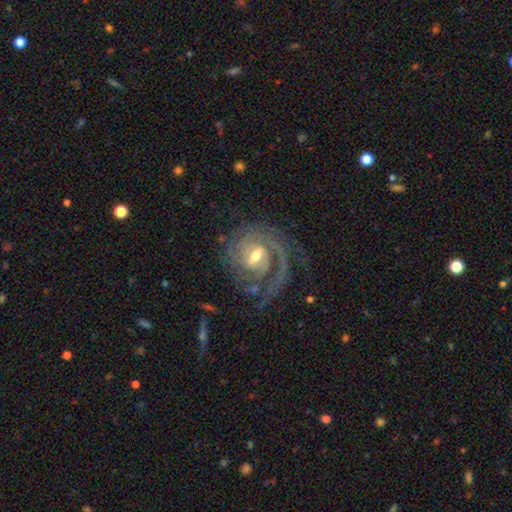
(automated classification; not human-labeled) Morphology: type=featured or disk (90%); edge-on=no (97%); bar=weak (56%); spiral arms=yes (97%); winding=tight (55%); arm count=2 (38%); bulge=moderate (64%); merging=none (62%).